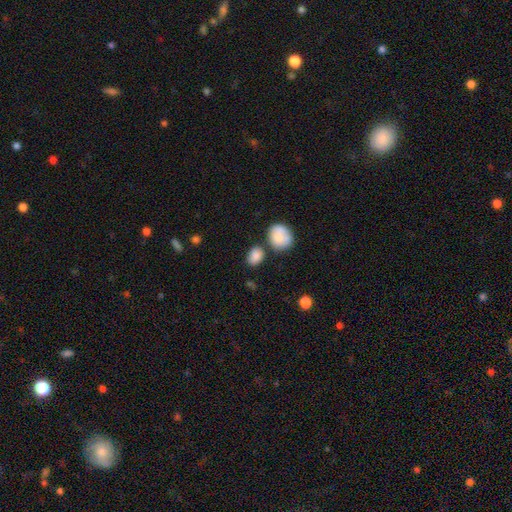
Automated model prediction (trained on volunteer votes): This appears to be a smooth galaxy with no disk features (85%) that is in between round and cigar-shaped (68%). Merging: none (67%).